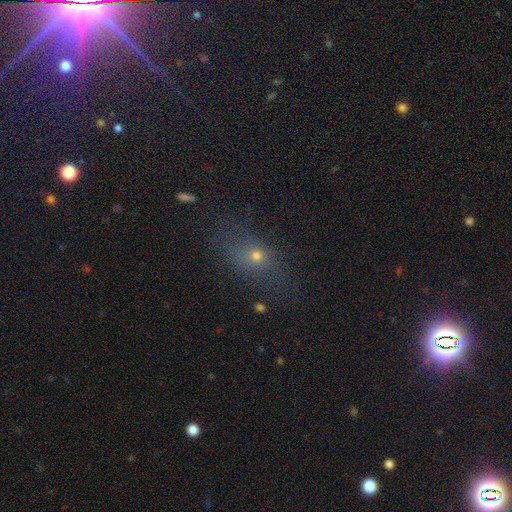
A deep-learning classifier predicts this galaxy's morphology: This appears to be a smooth galaxy with no disk features (57%) that is in between round and cigar-shaped (60%). Merging: none (69%).